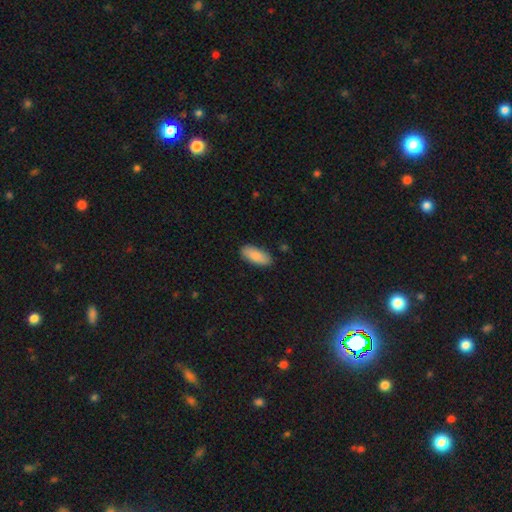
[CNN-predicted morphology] Overall: smooth (88%). How rounded: in between (86%). Merging: none (88%).